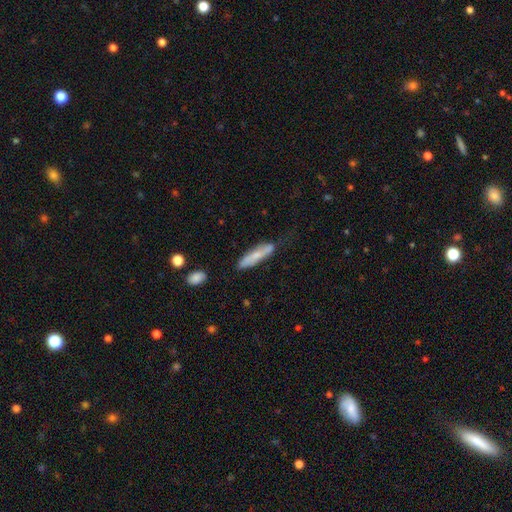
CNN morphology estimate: Smooth or featured?
  - smooth: 58% *
  - featured or disk: 36%
  - star or artifact: 6%
How rounded?
  - cigar-shaped: 79% *
  - in between: 20%
  - round: 2%
Merging?
  - none: 65% *
  - minor disturbance: 24%
  - major disturbance: 6%
  - merger: 4%